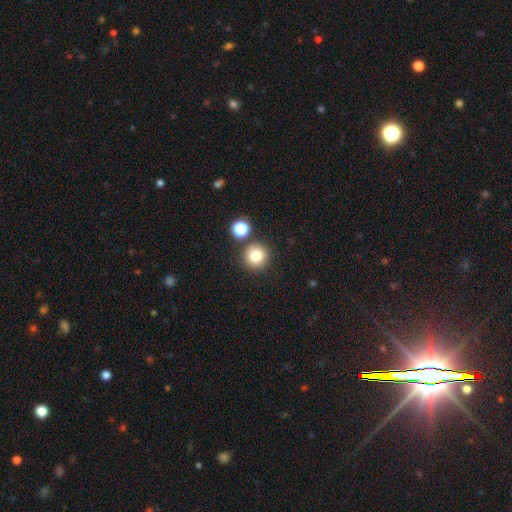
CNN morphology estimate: smooth-or-featured: smooth: 82% | star or artifact: 12% | featured or disk: 6%
  how-rounded: round: 94% | in between: 5% | cigar-shaped: 1%
  merging: none: 82% | merger: 8% | minor disturbance: 7% | major disturbance: 3%